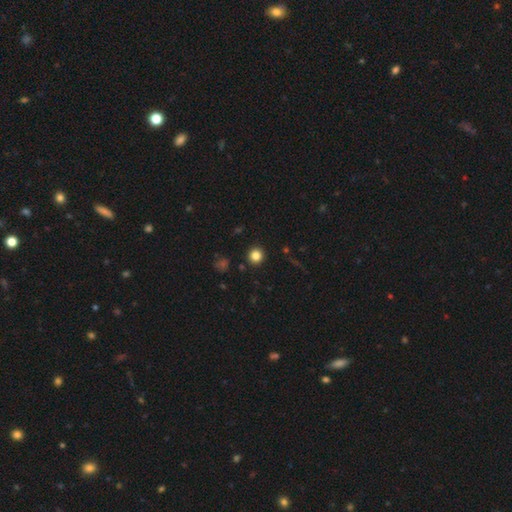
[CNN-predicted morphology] Smooth or featured? Predicted: smooth (p=0.83). How rounded? Predicted: round (p=0.93). Merging? Predicted: none (p=0.92).